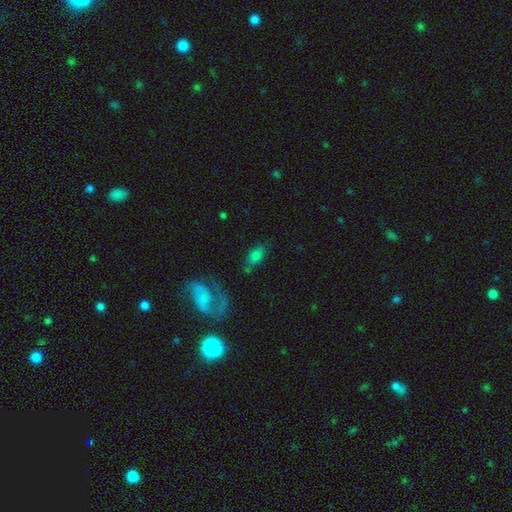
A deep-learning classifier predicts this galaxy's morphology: Q: Smooth or featured?
A: smooth (60%); runner-up: featured or disk (27%)
Q: How rounded?
A: in between (87%); runner-up: round (9%)
Q: Merging?
A: none (67%); runner-up: minor disturbance (18%)